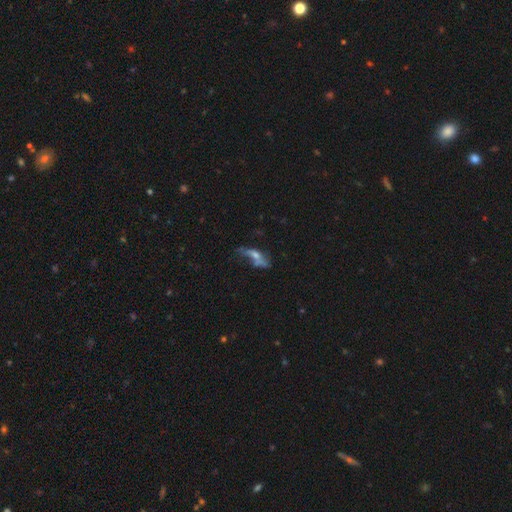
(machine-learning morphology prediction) Smooth or featured? featured or disk (53%)
Edge-on disk? no (53%)
Merging? none (34%)